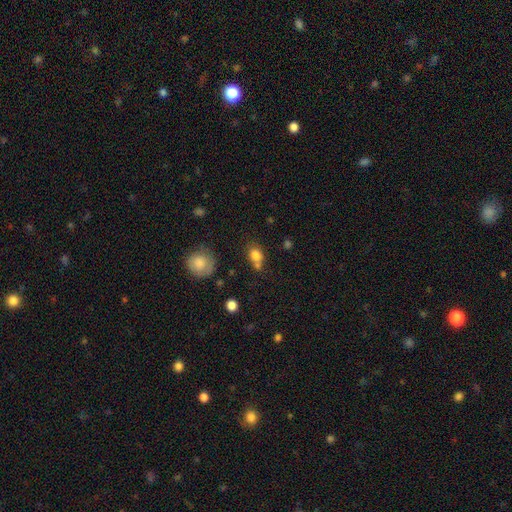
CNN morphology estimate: Smooth or featured: smooth — 79% (star or artifact — 12%)
How rounded: in between — 63% (round — 35%)
Merging: none — 45% (merger — 32%)